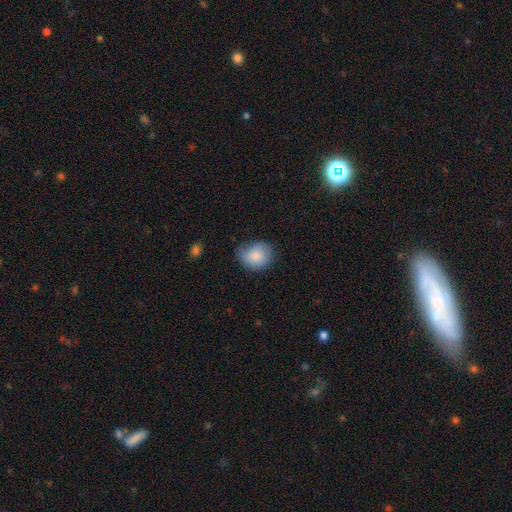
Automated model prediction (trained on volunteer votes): A smooth galaxy with no disk features (86%) that is round (65%).

Vote fractions:
- Smooth or featured? smooth: 86% / featured or disk: 7% / star or artifact: 7%
- How rounded? round: 65% / in between: 34% / cigar-shaped: 1%
- Merging? none: 63% / minor disturbance: 29% / major disturbance: 6% / merger: 2%